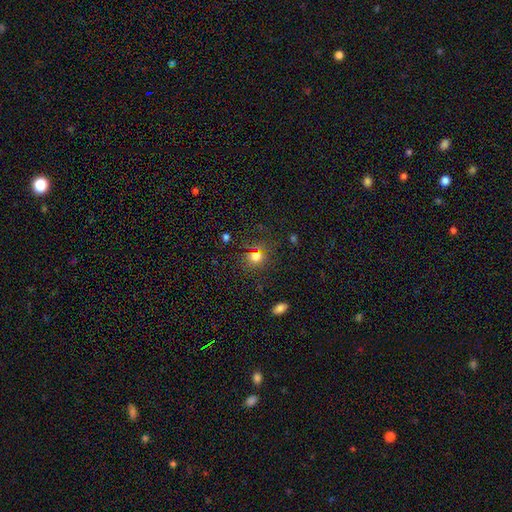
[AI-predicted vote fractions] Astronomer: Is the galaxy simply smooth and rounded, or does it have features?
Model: smooth — 66%.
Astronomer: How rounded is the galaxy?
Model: round — 73%.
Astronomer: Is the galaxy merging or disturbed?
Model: none — 82%.